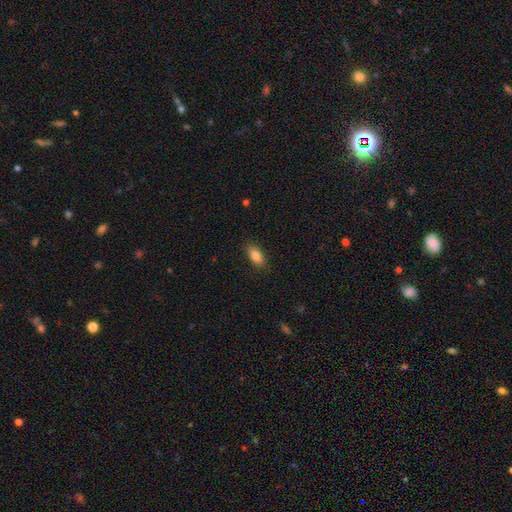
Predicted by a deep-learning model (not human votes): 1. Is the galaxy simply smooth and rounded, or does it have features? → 85% smooth, 8% star or artifact, 7% featured or disk.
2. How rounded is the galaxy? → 87% in between, 9% cigar-shaped, 4% round.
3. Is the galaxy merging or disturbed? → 86% none, 11% minor disturbance, 3% major disturbance, 1% merger.